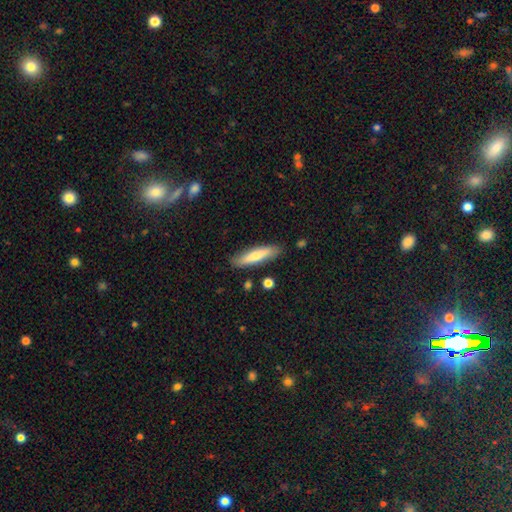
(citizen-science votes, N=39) smooth-or-featured: smooth: 79% | featured or disk: 18% | star or artifact: 3%
  how-rounded: cigar-shaped: 84% | in between: 16% | round: 0%
  merging: none: 87% | minor disturbance: 5% | major disturbance: 5% | merger: 3%